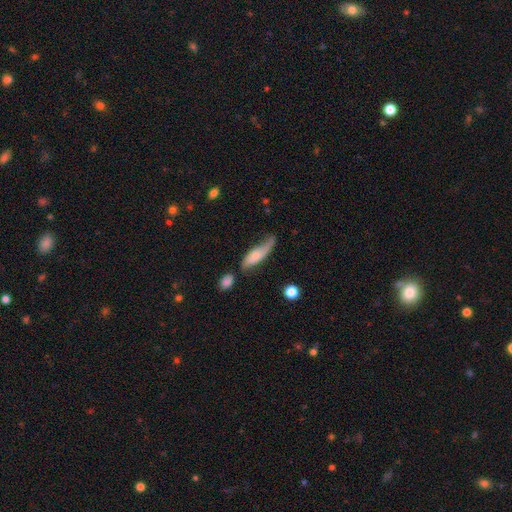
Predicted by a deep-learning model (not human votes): Smooth or featured?
  - smooth: 54% *
  - featured or disk: 40%
  - star or artifact: 6%
How rounded?
  - in between: 53% *
  - cigar-shaped: 44%
  - round: 3%
Merging?
  - none: 35% *
  - minor disturbance: 34%
  - major disturbance: 21%
  - merger: 10%